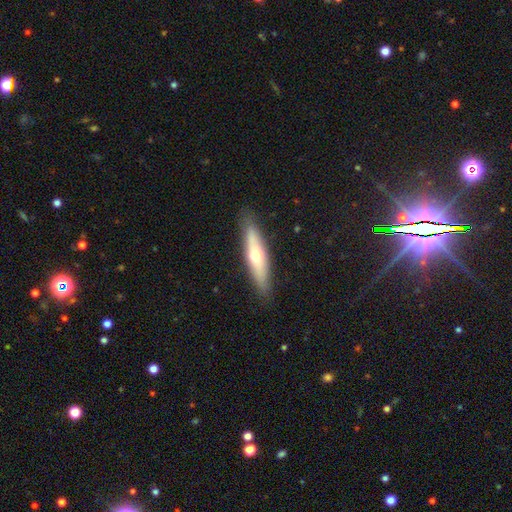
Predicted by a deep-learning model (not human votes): This appears to be a smooth galaxy with no disk features (51%) that is cigar-shaped (74%). Merging: none (86%).